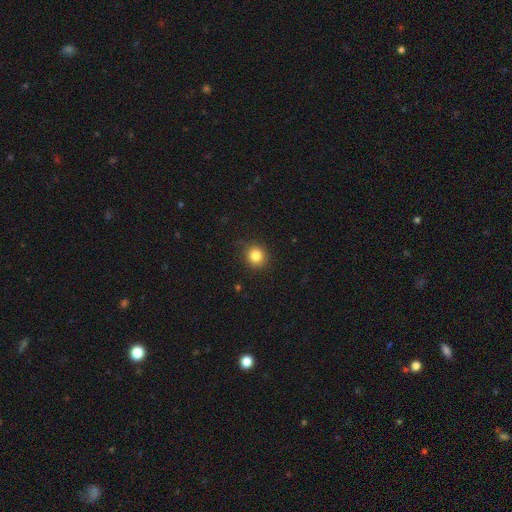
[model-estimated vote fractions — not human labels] smooth 84%, star or artifact 11%, featured or disk 5%. Down the decision tree: how rounded — round (89%); merging — none (88%).